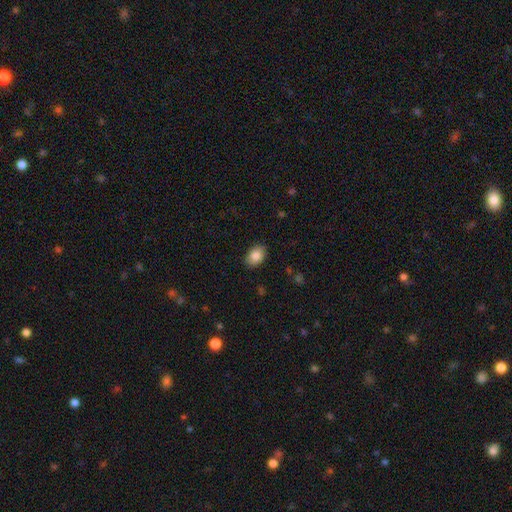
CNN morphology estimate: This is clearly a smooth galaxy (86%). How rounded: clearly in between (80%). Merging: clearly none (88%).